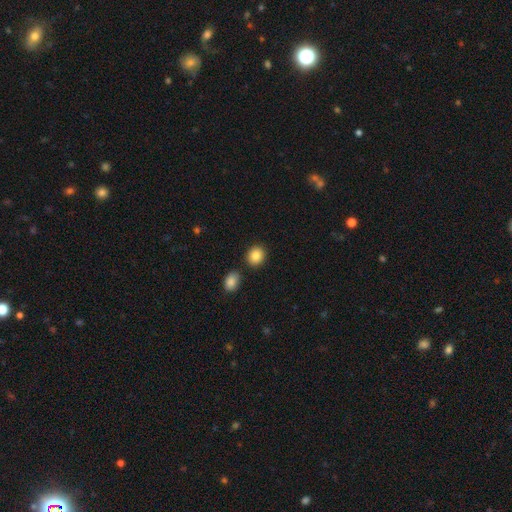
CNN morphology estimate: smooth 86%, star or artifact 9%, featured or disk 5%. Down the decision tree: how rounded — round (65%); merging — none (83%).